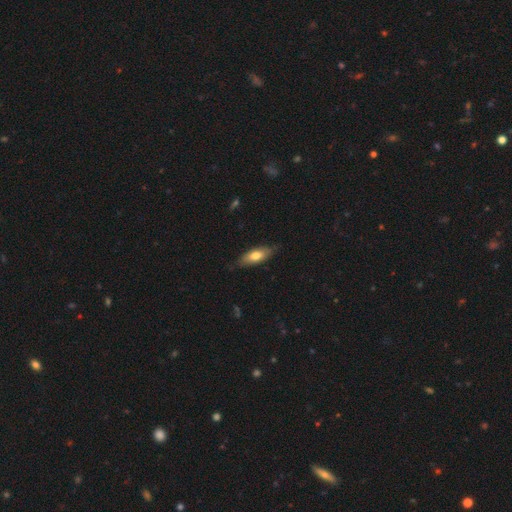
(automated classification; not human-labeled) The model was most divided on "smooth or featured": smooth: 68%, featured or disk: 26%, star or artifact: 6%. More confident: merging — none (78%); how rounded — in between (72%).